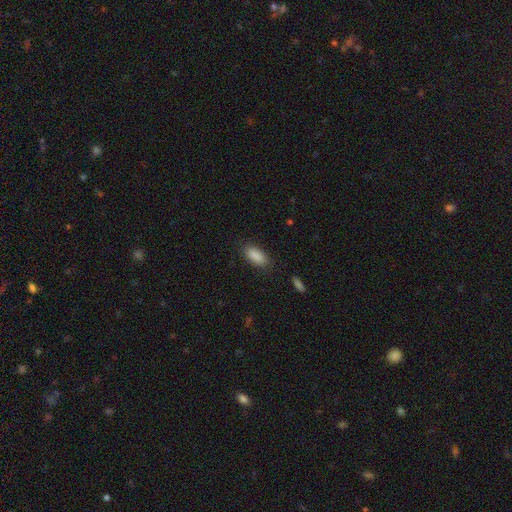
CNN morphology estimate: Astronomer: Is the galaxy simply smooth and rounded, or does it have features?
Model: smooth — 89%.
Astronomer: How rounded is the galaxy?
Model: in between — 86%.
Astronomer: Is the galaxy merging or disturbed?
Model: none — 85%.